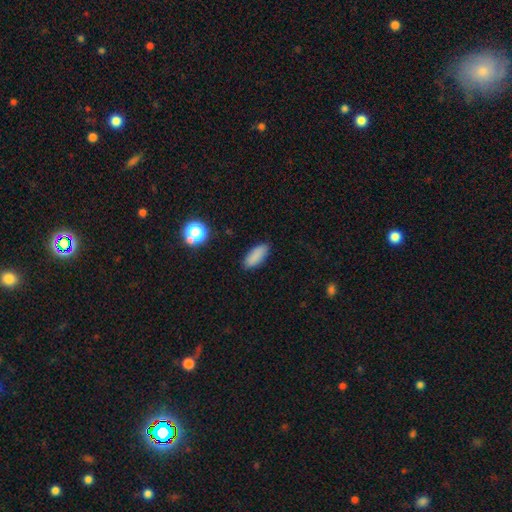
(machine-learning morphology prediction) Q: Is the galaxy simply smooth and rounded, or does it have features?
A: smooth — 86%.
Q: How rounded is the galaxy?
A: in between — 80%.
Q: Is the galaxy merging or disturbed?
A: none — 84%.